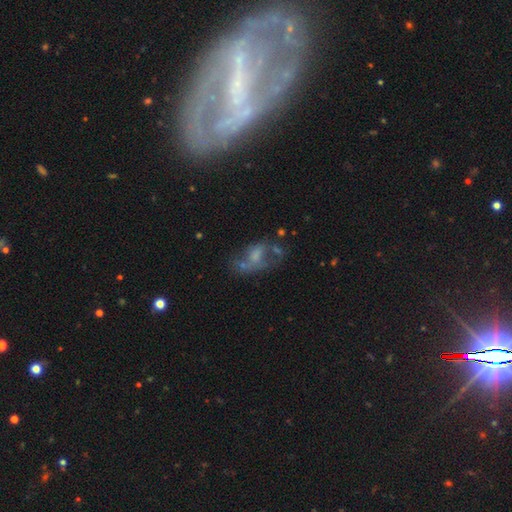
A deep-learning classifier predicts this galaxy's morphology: Smooth or featured? Predicted: featured or disk (p=0.51). Edge-on disk? Predicted: no (p=0.93). Merging? Predicted: none (p=0.38).